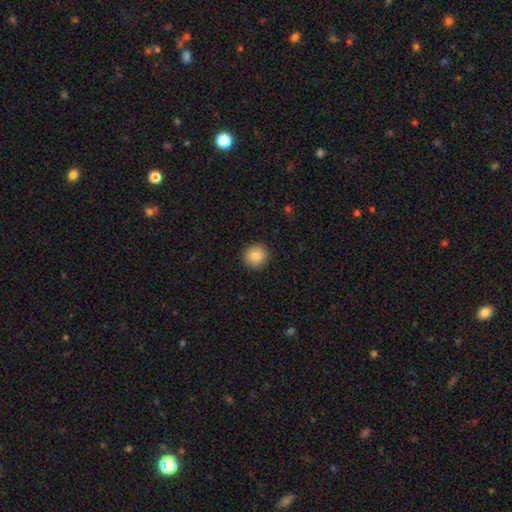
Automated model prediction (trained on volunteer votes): This appears to be a smooth galaxy with no disk features (85%) that is round (91%). Merging: none (91%).